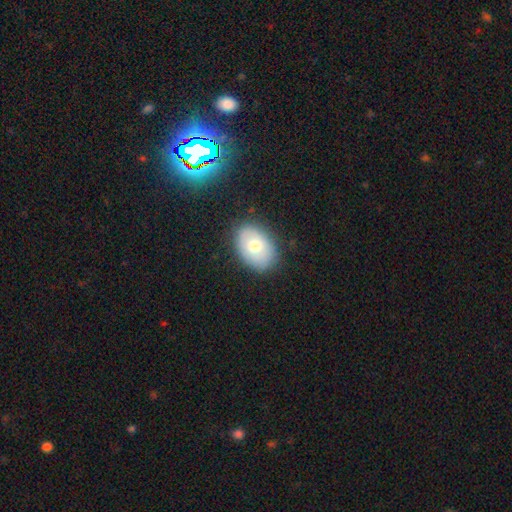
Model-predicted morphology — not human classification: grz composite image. It shows a smooth galaxy with no disk features (66%) that is in between round and cigar-shaped (80%). Merging: none (83%).